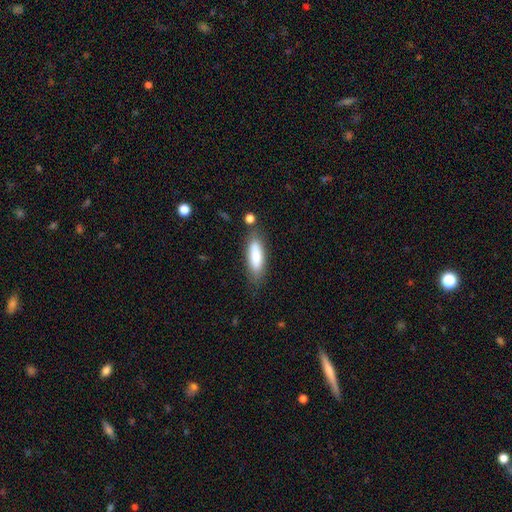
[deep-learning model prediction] This appears to be a smooth galaxy with no disk features (81%) that is in between round and cigar-shaped (51%). Merging: none (74%).